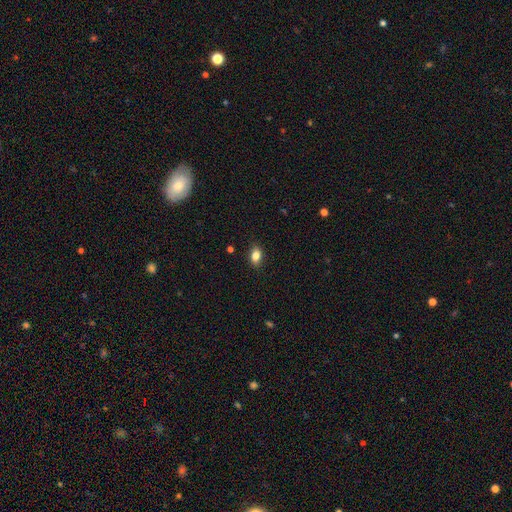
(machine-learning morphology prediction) This is clearly a smooth galaxy (83%). How rounded: clearly in between (81%). Merging: clearly none (86%).